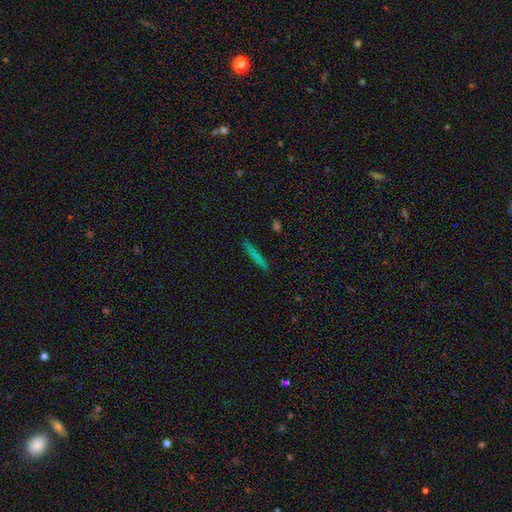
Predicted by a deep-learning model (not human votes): Smooth or featured? Predicted: smooth (p=0.68). How rounded? Predicted: cigar-shaped (p=0.96). Merging? Predicted: none (p=0.91).